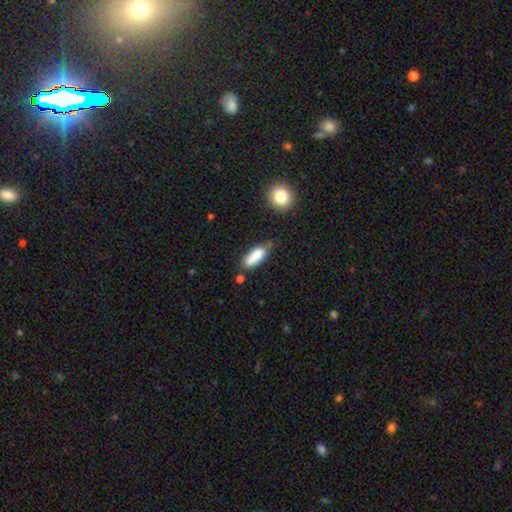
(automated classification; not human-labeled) A smooth galaxy with no disk features (79%) that is in between round and cigar-shaped (68%).

Vote fractions:
- Smooth or featured? smooth: 79% / featured or disk: 14% / star or artifact: 8%
- How rounded? in between: 68% / cigar-shaped: 29% / round: 3%
- Merging? none: 54% / minor disturbance: 26% / merger: 12% / major disturbance: 7%